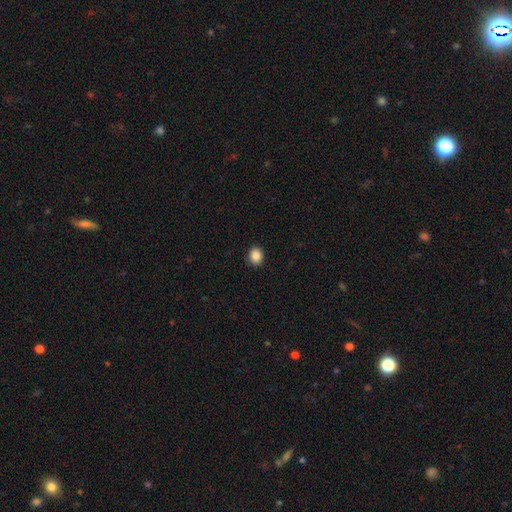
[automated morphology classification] smooth-or-featured: smooth: 88% | star or artifact: 9% | featured or disk: 3%
  how-rounded: round: 66% | in between: 33% | cigar-shaped: 1%
  merging: none: 90% | minor disturbance: 8% | major disturbance: 2% | merger: 1%